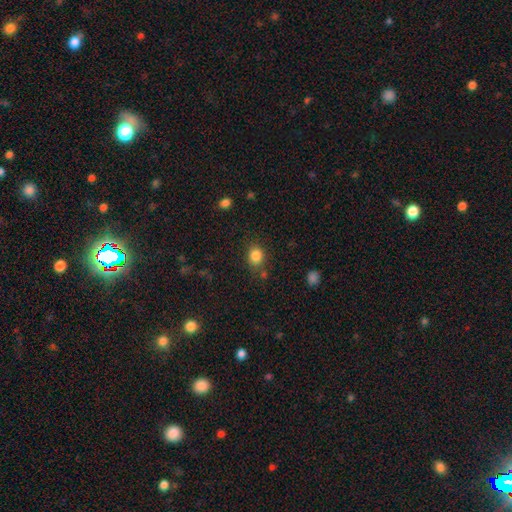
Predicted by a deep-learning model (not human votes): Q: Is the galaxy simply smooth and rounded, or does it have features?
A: smooth — 84%.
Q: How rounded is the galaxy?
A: round — 60%.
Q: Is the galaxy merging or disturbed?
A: none — 76%.